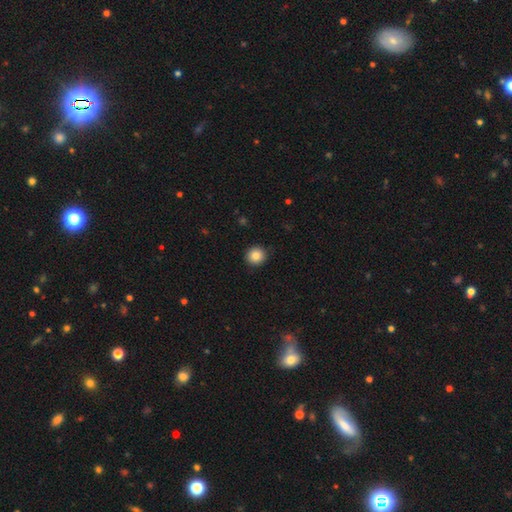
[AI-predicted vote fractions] Smooth or featured?
  - smooth: 86% *
  - star or artifact: 9%
  - featured or disk: 5%
How rounded?
  - round: 93% *
  - in between: 7%
  - cigar-shaped: 1%
Merging?
  - none: 91% *
  - minor disturbance: 6%
  - major disturbance: 2%
  - merger: 1%